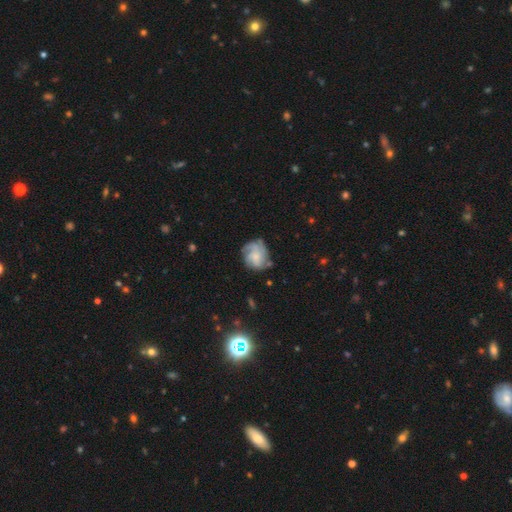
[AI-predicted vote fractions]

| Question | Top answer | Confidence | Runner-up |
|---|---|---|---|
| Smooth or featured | featured or disk | 63% | smooth (29%) |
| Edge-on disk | no | 98% | yes (2%) |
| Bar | no | 73% | weak (24%) |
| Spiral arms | yes | 87% | no (13%) |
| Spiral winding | tight | 47% | medium (36%) |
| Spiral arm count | can't tell | 33% | 3 (30%) |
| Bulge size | small | 39% | moderate (27%) |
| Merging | none | 61% | minor disturbance (24%) |